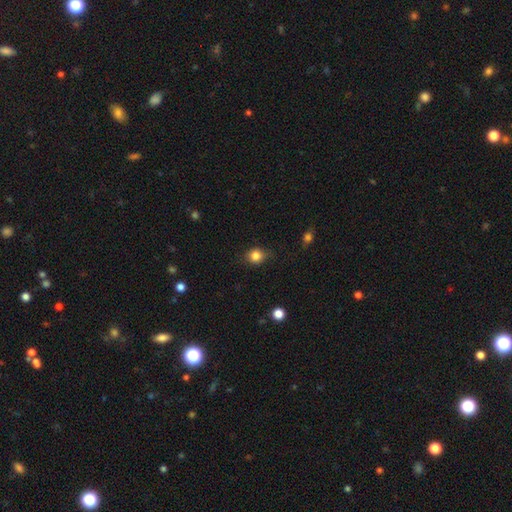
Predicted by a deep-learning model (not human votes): This appears to be a smooth galaxy with no disk features (83%) that is round (70%). Merging: none (80%).